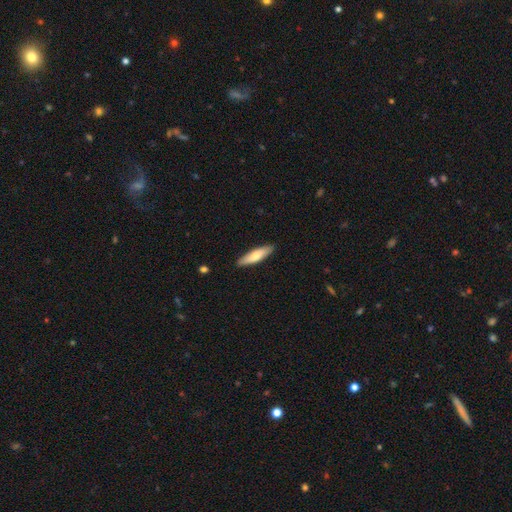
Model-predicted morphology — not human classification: A smooth galaxy with no disk features (69%) that is cigar-shaped (71%).

Vote fractions:
- Smooth or featured? smooth: 69% / featured or disk: 26% / star or artifact: 5%
- How rounded? cigar-shaped: 71% / in between: 28% / round: 2%
- Merging? none: 89% / minor disturbance: 8% / major disturbance: 2% / merger: 1%